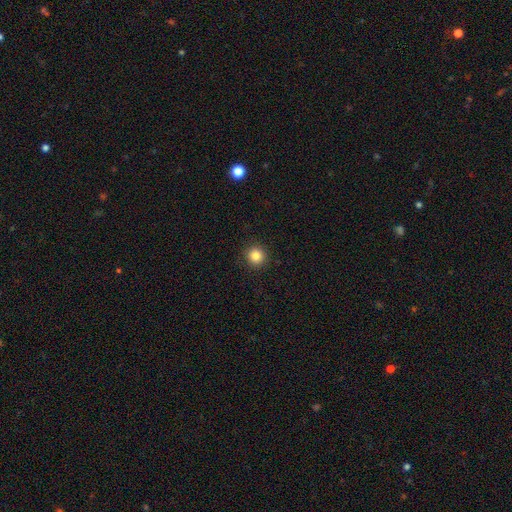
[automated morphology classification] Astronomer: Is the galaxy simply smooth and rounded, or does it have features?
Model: smooth — 84%.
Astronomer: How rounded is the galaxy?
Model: round — 95%.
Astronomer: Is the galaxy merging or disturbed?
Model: none — 92%.